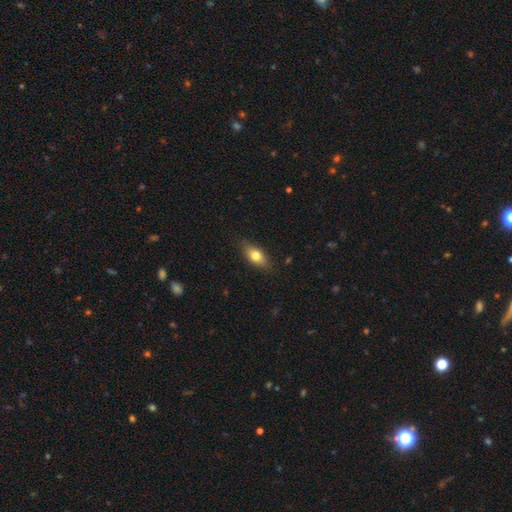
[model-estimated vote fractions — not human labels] A smooth galaxy with no disk features (74%) that is in between round and cigar-shaped (82%). Merging: none (83%).